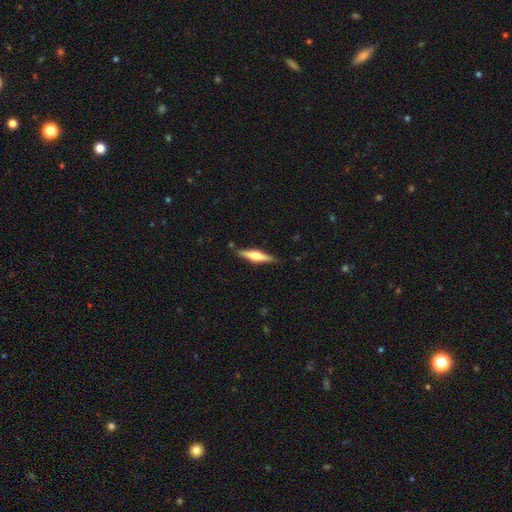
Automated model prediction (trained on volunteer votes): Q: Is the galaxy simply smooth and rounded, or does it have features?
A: featured or disk — 65%.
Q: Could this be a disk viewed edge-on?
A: yes — 97%.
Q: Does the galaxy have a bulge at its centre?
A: rounded — 90%.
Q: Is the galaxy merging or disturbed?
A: none — 88%.